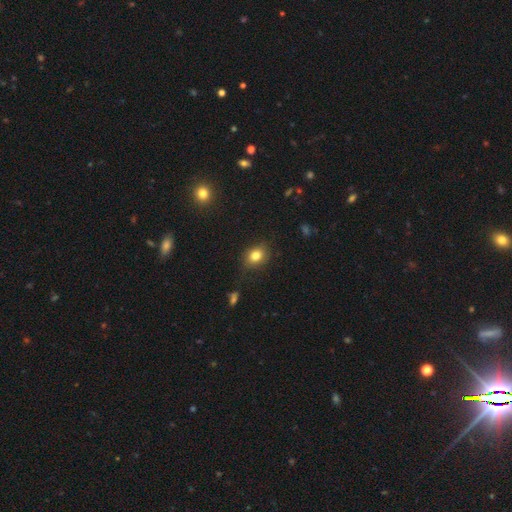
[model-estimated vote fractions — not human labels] smooth-or-featured: smooth: 81% | star or artifact: 11% | featured or disk: 8%
  how-rounded: in between: 56% | round: 43% | cigar-shaped: 1%
  merging: none: 80% | minor disturbance: 15% | major disturbance: 4% | merger: 2%